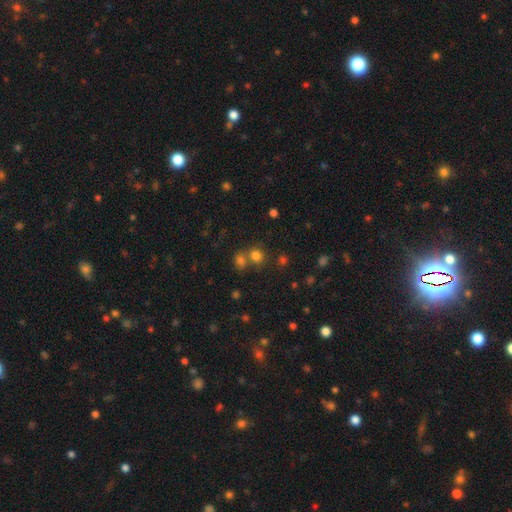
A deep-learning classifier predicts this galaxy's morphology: A smooth galaxy with no disk features (76%) that is round (78%).

Vote fractions:
- Smooth or featured? smooth: 76% / star or artifact: 17% / featured or disk: 7%
- How rounded? round: 78% / in between: 21% / cigar-shaped: 1%
- Merging? none: 56% / merger: 32% / minor disturbance: 8% / major disturbance: 3%